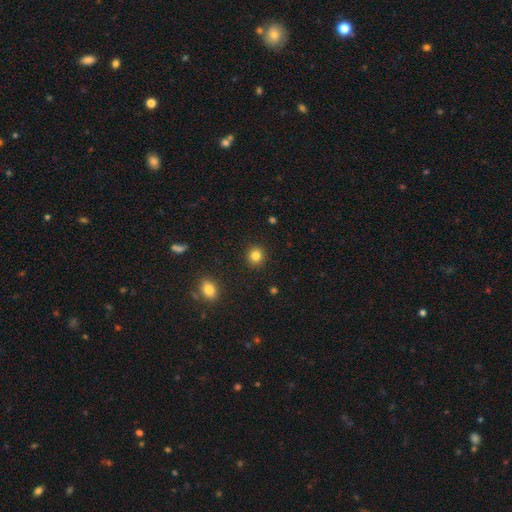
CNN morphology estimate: Overall: smooth (84%). How rounded: round (89%). Merging: none (92%).